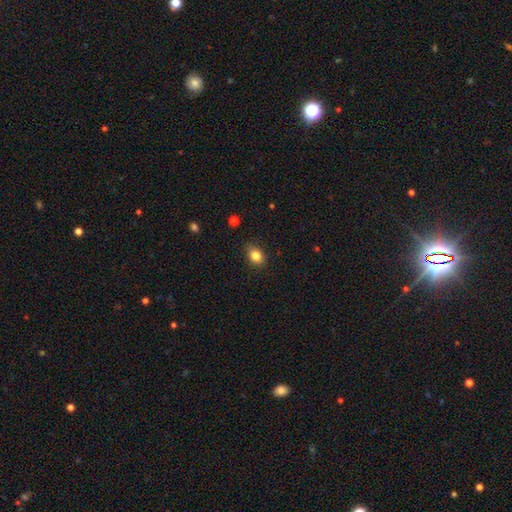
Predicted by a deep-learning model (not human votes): Morphology: type=smooth (84%); roundness=in between (61%); merging=none (84%).